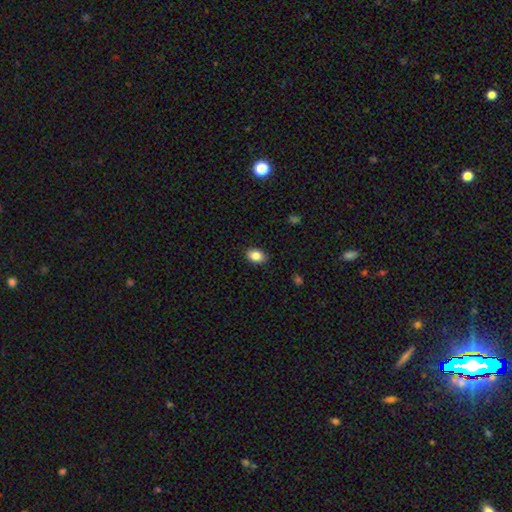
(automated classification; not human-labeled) The model was most divided on "how rounded": in between: 77%, round: 22%, cigar-shaped: 1%. More confident: merging — none (87%); smooth or featured — smooth (85%).